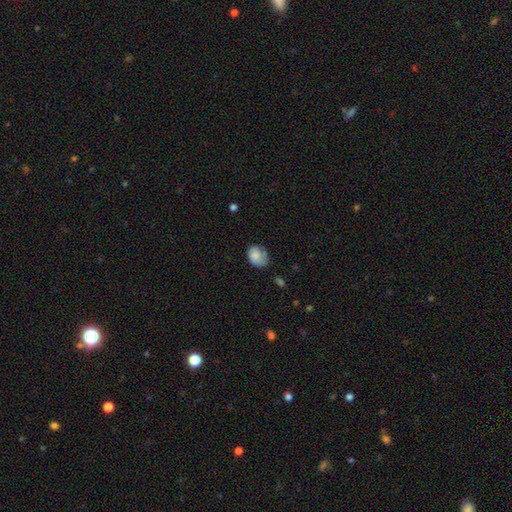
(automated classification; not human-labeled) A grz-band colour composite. It shows a smooth galaxy with no disk features (78%) that is in between round and cigar-shaped (68%). Merging: none (46%).